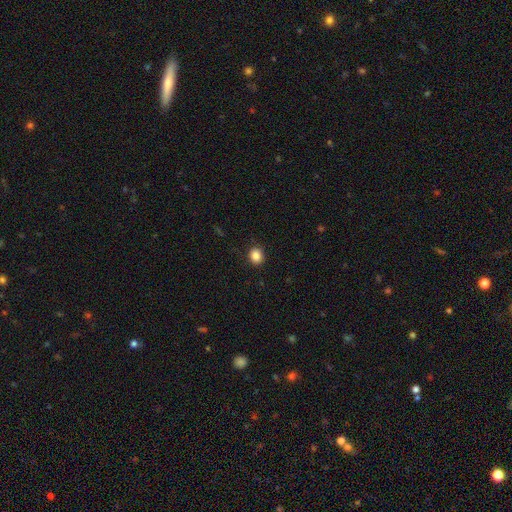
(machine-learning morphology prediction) Overall: smooth (86%). How rounded: round (61%; in between 38%). Merging: none (88%).